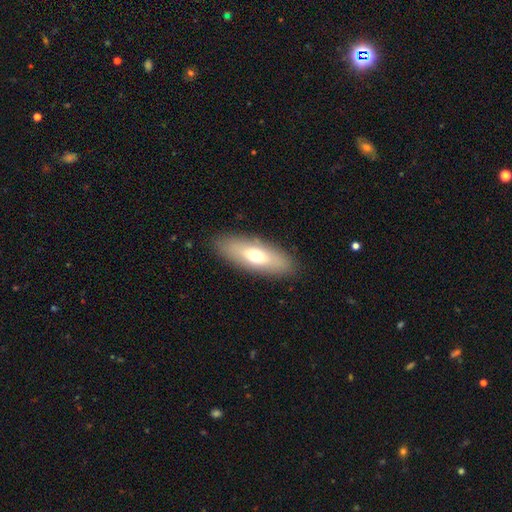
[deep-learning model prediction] Overall: smooth (63%; featured or disk 30%). How rounded: in between (67%; cigar-shaped 30%). Merging: none (88%).